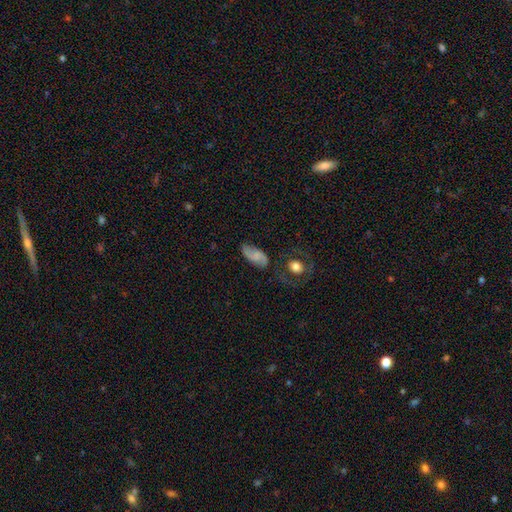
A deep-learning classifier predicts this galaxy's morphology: smooth-or-featured: featured or disk: 46% | smooth: 45% | star or artifact: 9%
  merging: none: 65% | minor disturbance: 22% | major disturbance: 8% | merger: 4%